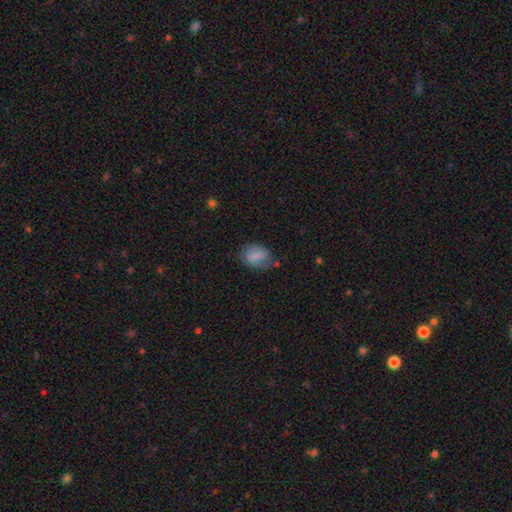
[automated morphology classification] The model was most divided on "merging": none: 54%, minor disturbance: 31%, major disturbance: 12%, merger: 3%. More confident: smooth or featured — smooth (77%); how rounded — in between (74%).